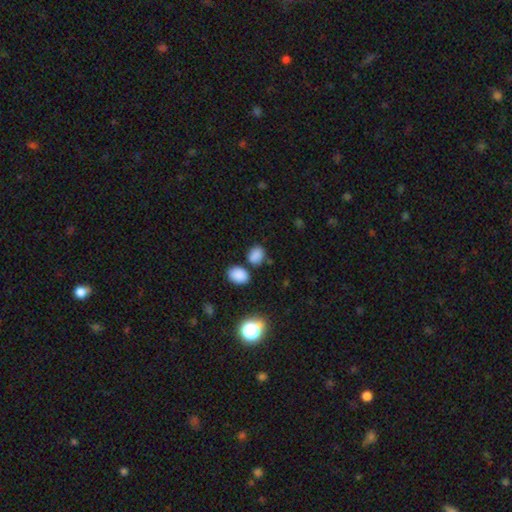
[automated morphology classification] A smooth galaxy with no disk features (83%) that is in between round and cigar-shaped (65%).

Vote fractions:
- Smooth or featured? smooth: 83% / star or artifact: 12% / featured or disk: 4%
- How rounded? in between: 65% / round: 34% / cigar-shaped: 1%
- Merging? none: 71% / merger: 13% / minor disturbance: 13% / major disturbance: 4%